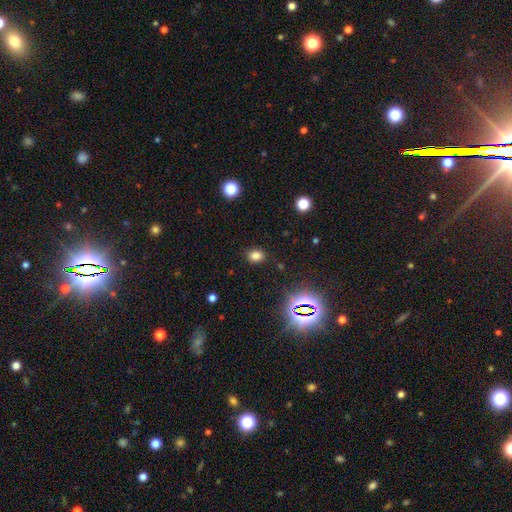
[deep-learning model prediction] smooth-or-featured: smooth: 78% | star or artifact: 17% | featured or disk: 5%
  how-rounded: in between: 54% | round: 45% | cigar-shaped: 1%
  merging: none: 87% | minor disturbance: 8% | major disturbance: 3% | merger: 2%